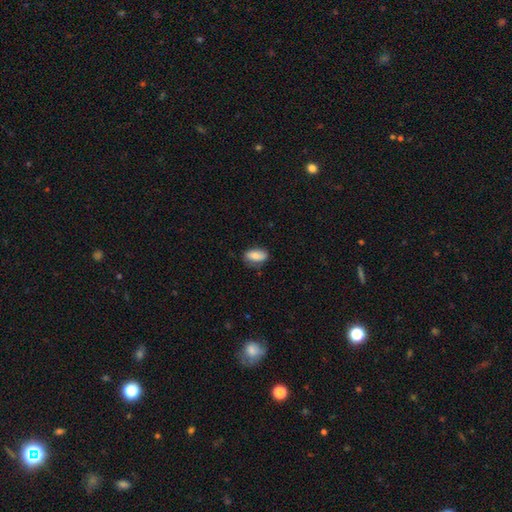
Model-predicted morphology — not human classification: smooth_or_featured: smooth (p=0.79) [alt: featured or disk p=0.14]
how_rounded: in between (p=0.90) [alt: cigar-shaped p=0.05]
merging: none (p=0.75) [alt: minor disturbance p=0.20]